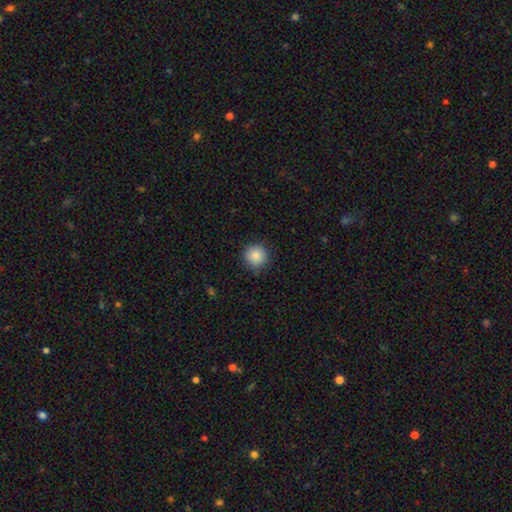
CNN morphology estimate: smooth-or-featured: smooth: 87% | star or artifact: 9% | featured or disk: 4%
  how-rounded: round: 94% | in between: 5% | cigar-shaped: 1%
  merging: none: 88% | minor disturbance: 9% | major disturbance: 2% | merger: 1%